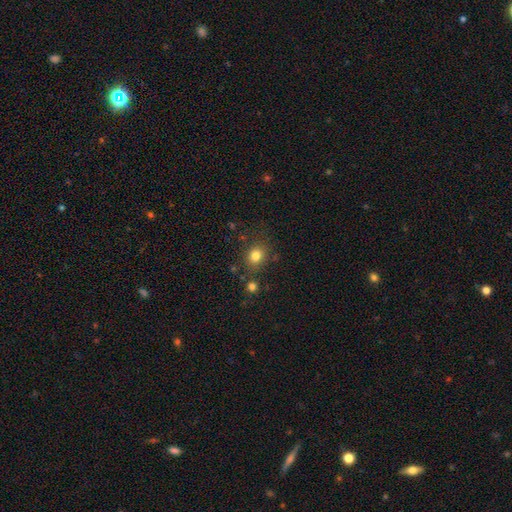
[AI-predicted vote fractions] This appears to be a smooth galaxy with no disk features (80%) that is round (73%). Merging: none (79%).